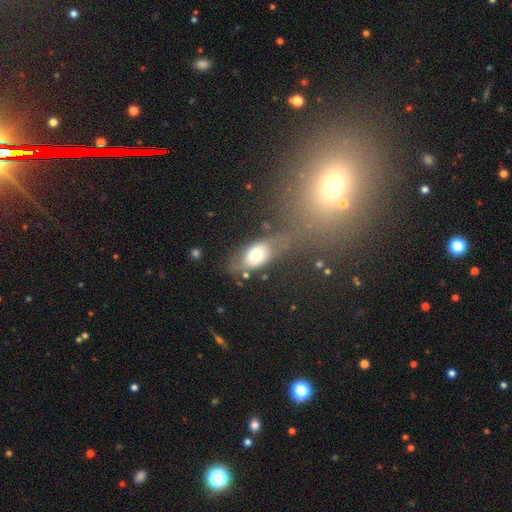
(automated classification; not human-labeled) Morphology: type=smooth (67%); roundness=in between (83%); merging=none (51%).